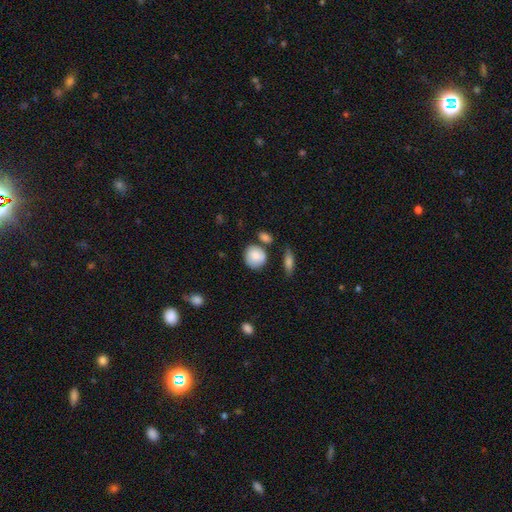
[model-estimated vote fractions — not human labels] Smooth or featured: smooth — 83% (featured or disk — 11%)
How rounded: round — 84% (in between — 15%)
Merging: none — 68% (minor disturbance — 17%)